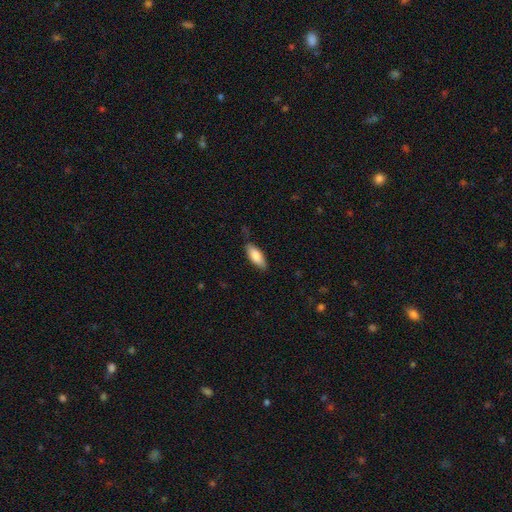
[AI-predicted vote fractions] Smooth or featured?
  - smooth: 82% *
  - featured or disk: 12%
  - star or artifact: 6%
How rounded?
  - in between: 78% *
  - cigar-shaped: 21%
  - round: 2%
Merging?
  - none: 78% *
  - minor disturbance: 18%
  - major disturbance: 3%
  - merger: 1%